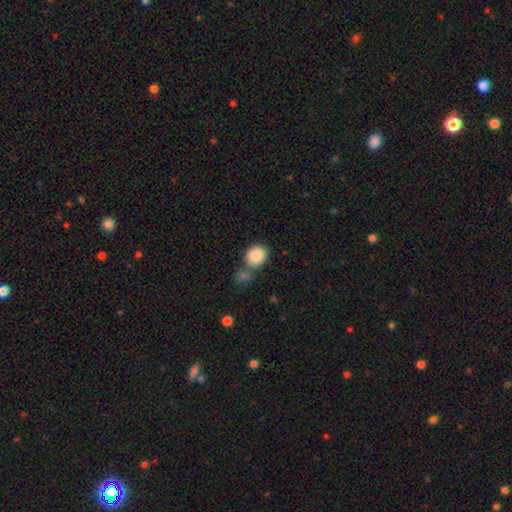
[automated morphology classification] smooth-or-featured: smooth: 86% | star or artifact: 8% | featured or disk: 6%
  how-rounded: round: 69% | in between: 30% | cigar-shaped: 1%
  merging: none: 56% | merger: 28% | minor disturbance: 12% | major disturbance: 4%